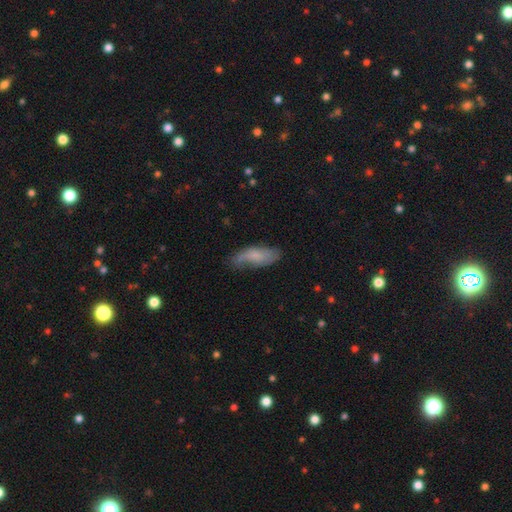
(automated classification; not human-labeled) smooth-or-featured: smooth: 61% | featured or disk: 31% | star or artifact: 7%
  how-rounded: in between: 72% | cigar-shaped: 26% | round: 2%
  merging: none: 54% | minor disturbance: 31% | major disturbance: 12% | merger: 2%